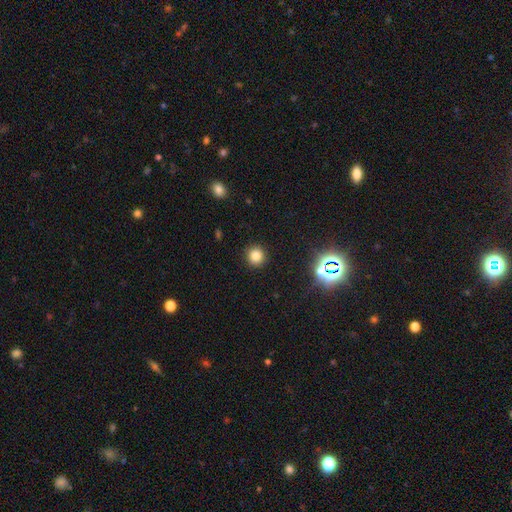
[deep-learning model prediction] This is likely a smooth galaxy (80%). How rounded: clearly round (93%). Merging: clearly none (91%).